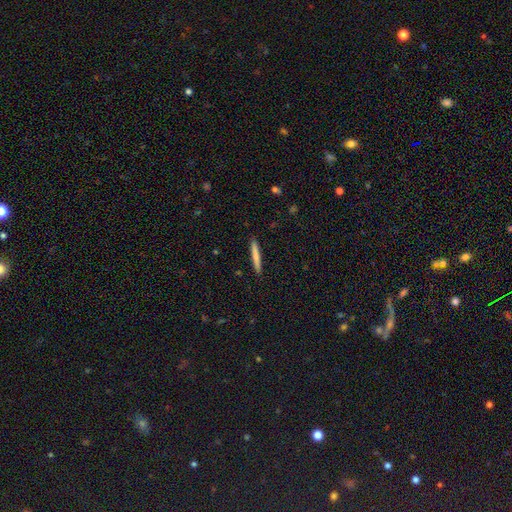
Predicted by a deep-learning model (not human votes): smooth_or_featured: smooth (p=0.73) [alt: featured or disk p=0.21]
how_rounded: cigar-shaped (p=0.96) [alt: in between p=0.03]
merging: none (p=0.92) [alt: minor disturbance p=0.06]